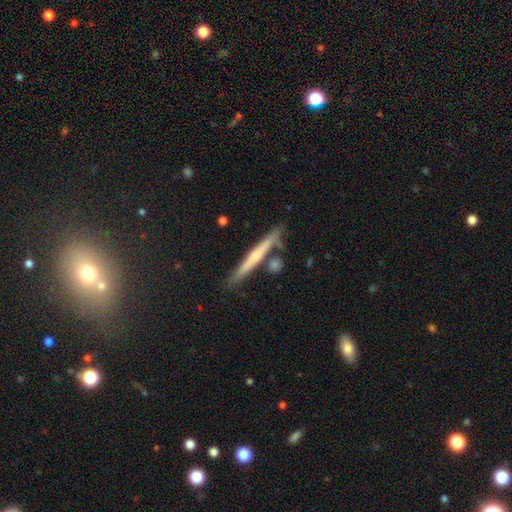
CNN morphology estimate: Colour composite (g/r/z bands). It shows a featured or disk galaxy (48%). Merging: none (79%).